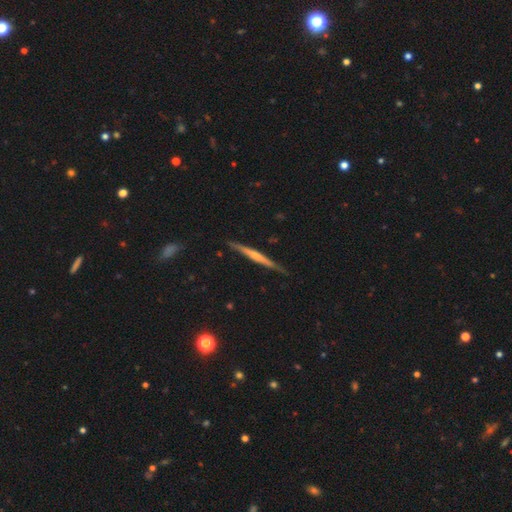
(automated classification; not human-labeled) featured or disk 60%, smooth 34%, star or artifact 6%. Down the decision tree: edge-on disk — yes (97%); edge-on bulge — none (47%); merging — none (86%).